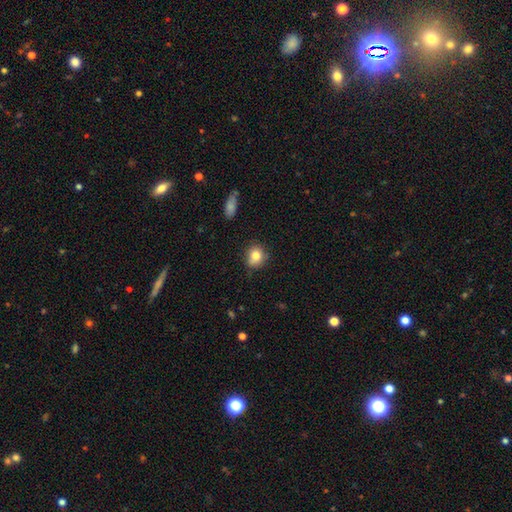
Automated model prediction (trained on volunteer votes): smooth-or-featured: smooth: 81% | star or artifact: 10% | featured or disk: 9%
  how-rounded: round: 73% | in between: 26% | cigar-shaped: 1%
  merging: none: 75% | minor disturbance: 19% | major disturbance: 3% | merger: 2%